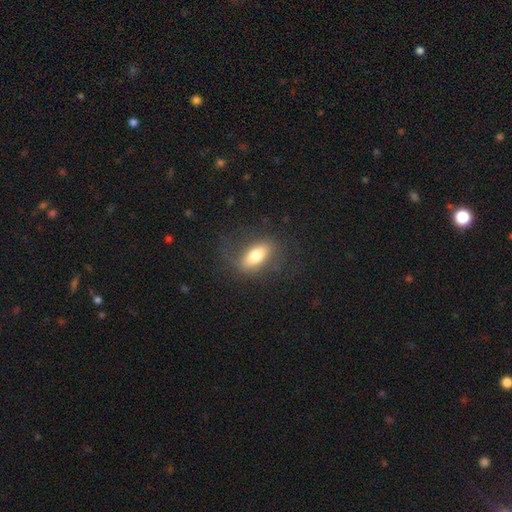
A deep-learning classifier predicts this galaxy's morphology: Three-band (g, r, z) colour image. It shows a smooth galaxy with no disk features (64%) that is in between round and cigar-shaped (80%). Merging: none (73%).